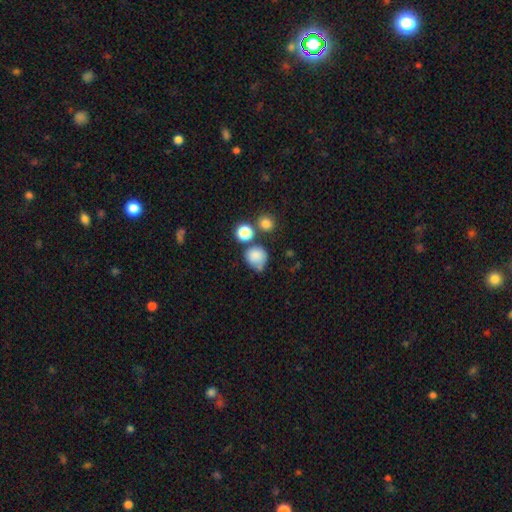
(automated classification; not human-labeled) Smooth or featured? Predicted: smooth (p=0.81). How rounded? Predicted: round (p=0.80). Merging? Predicted: none (p=0.53).